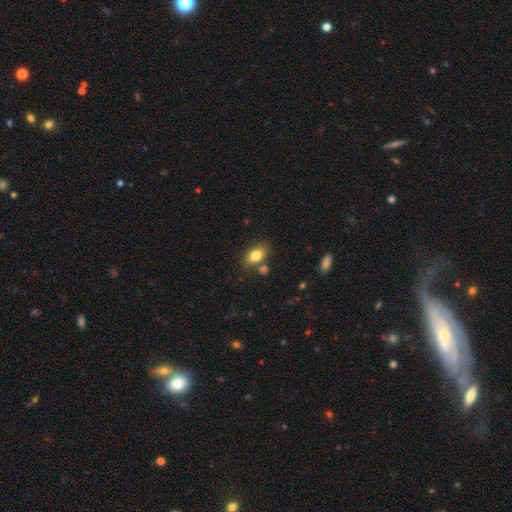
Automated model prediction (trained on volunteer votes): Overall: smooth (82%). How rounded: in between (88%). Merging: none (70%).